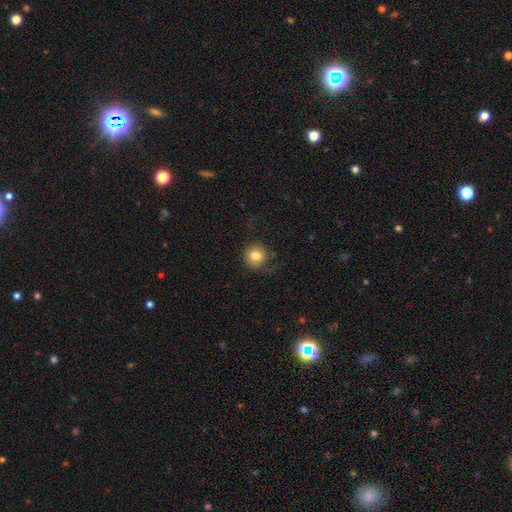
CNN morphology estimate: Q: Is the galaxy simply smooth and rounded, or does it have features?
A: smooth — 81%.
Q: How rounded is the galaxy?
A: round — 88%.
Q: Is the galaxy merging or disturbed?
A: none — 74%.